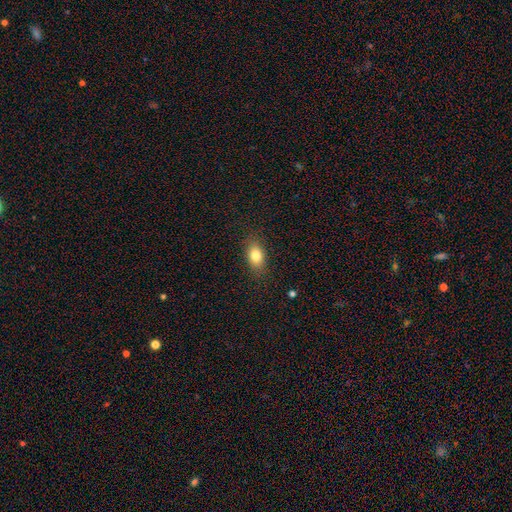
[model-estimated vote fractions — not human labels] Smooth or featured: smooth — 81% (featured or disk — 10%)
How rounded: in between — 85% (round — 12%)
Merging: none — 86% (minor disturbance — 10%)